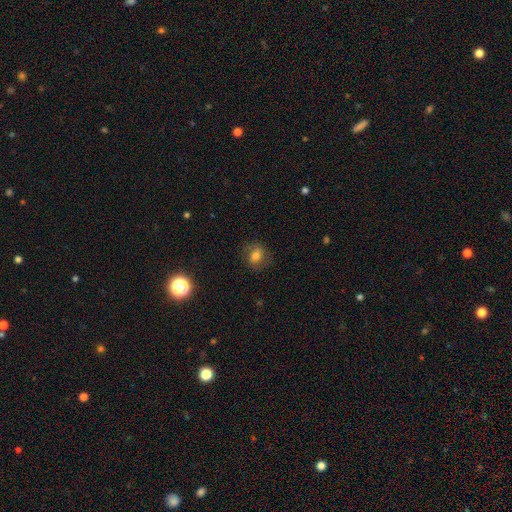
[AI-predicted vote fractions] This appears to be a smooth galaxy with no disk features (60%) that is round (56%). Merging: none (76%).